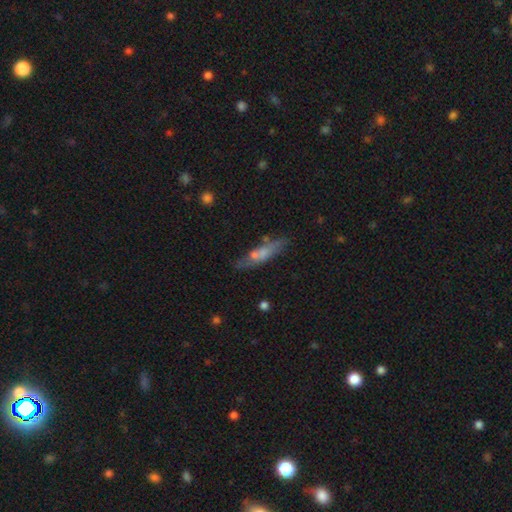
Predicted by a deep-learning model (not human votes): The model was most divided on "smooth or featured": smooth: 52%, featured or disk: 39%, star or artifact: 10%. More confident: how rounded — cigar-shaped (80%); merging — none (72%).